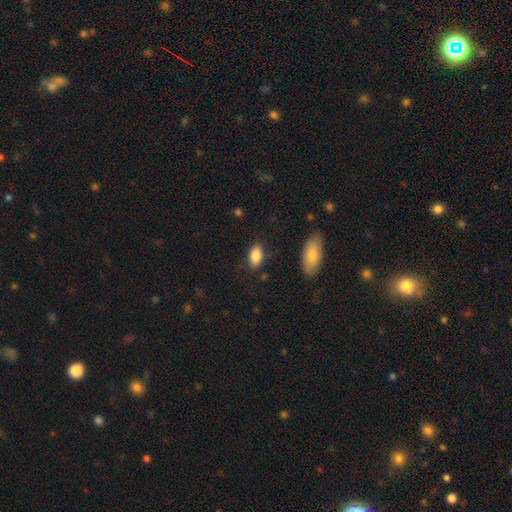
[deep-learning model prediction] Smooth or featured? smooth (86%)
How rounded? in between (92%)
Merging? none (84%)